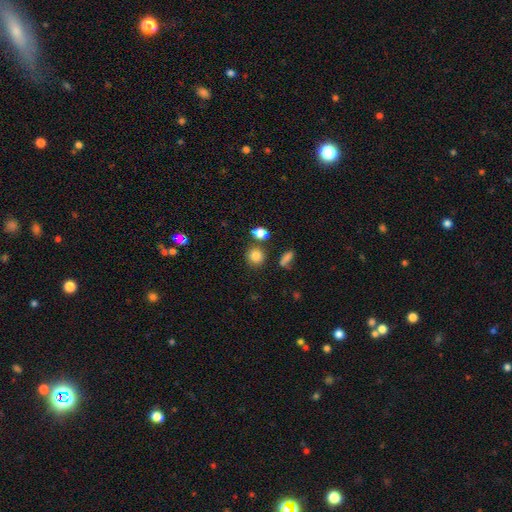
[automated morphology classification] smooth-or-featured: smooth: 83% | star or artifact: 11% | featured or disk: 6%
  how-rounded: round: 82% | in between: 17% | cigar-shaped: 2%
  merging: none: 74% | merger: 12% | minor disturbance: 10% | major disturbance: 4%